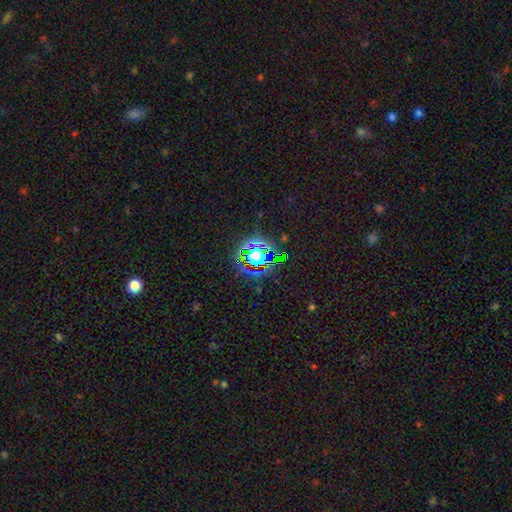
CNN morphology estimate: star or artifact 65%, smooth 22%, featured or disk 13%.